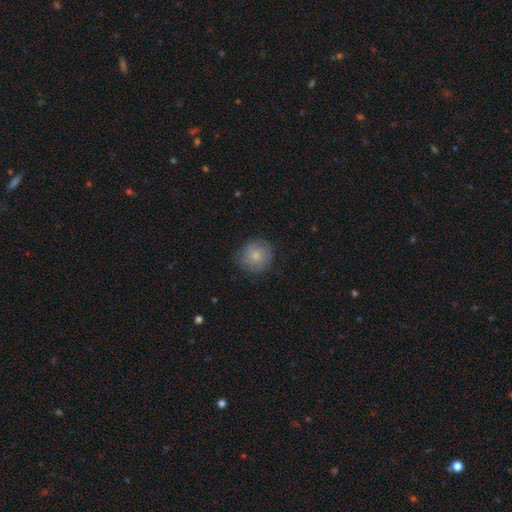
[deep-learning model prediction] Smooth or featured: smooth — 73% (featured or disk — 19%)
How rounded: round — 92% (in between — 7%)
Merging: none — 79% (minor disturbance — 16%)